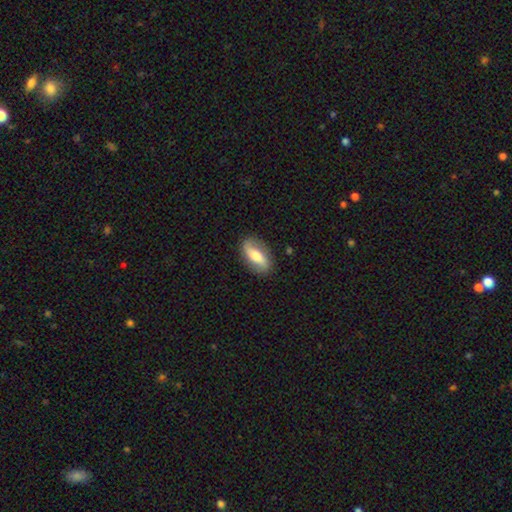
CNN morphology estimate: Smooth or featured? featured or disk (58%)
Edge-on disk? no (82%)
Merging? none (84%)